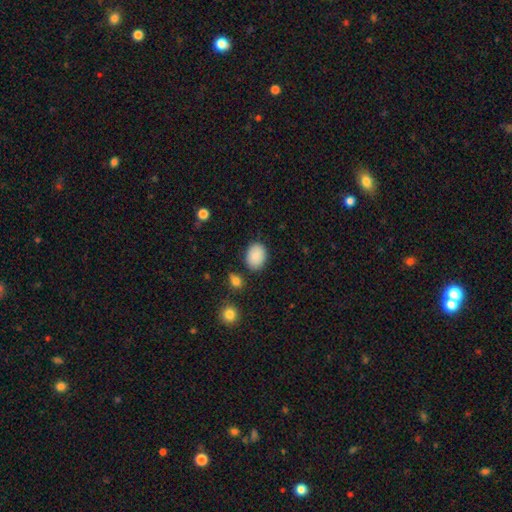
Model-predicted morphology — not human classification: Overall: smooth (89%). How rounded: in between (68%; round 31%). Merging: none (84%).